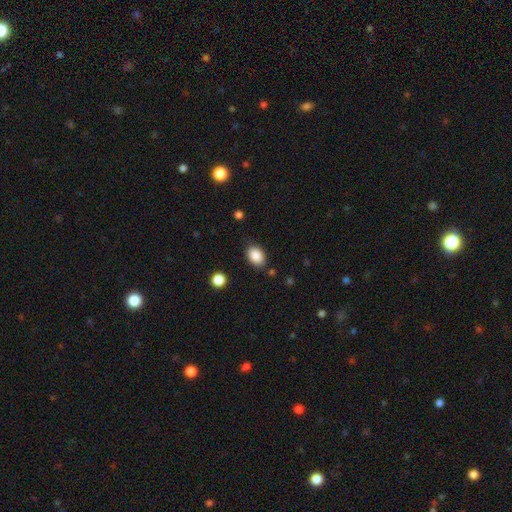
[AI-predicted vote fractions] A smooth galaxy with no disk features (88%) that is in between round and cigar-shaped (75%).

Vote fractions:
- Smooth or featured? smooth: 88% / star or artifact: 8% / featured or disk: 4%
- How rounded? in between: 75% / round: 24% / cigar-shaped: 1%
- Merging? none: 82% / minor disturbance: 12% / major disturbance: 3% / merger: 2%